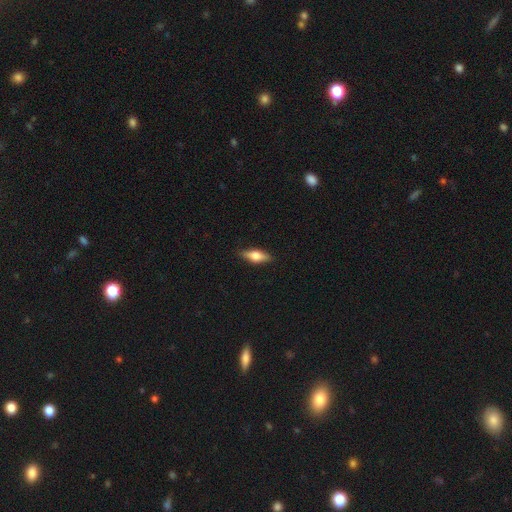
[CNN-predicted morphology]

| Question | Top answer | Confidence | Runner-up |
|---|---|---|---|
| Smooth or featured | smooth | 53% | featured or disk (40%) |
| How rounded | in between | 58% | cigar-shaped (38%) |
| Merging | none | 88% | minor disturbance (10%) |